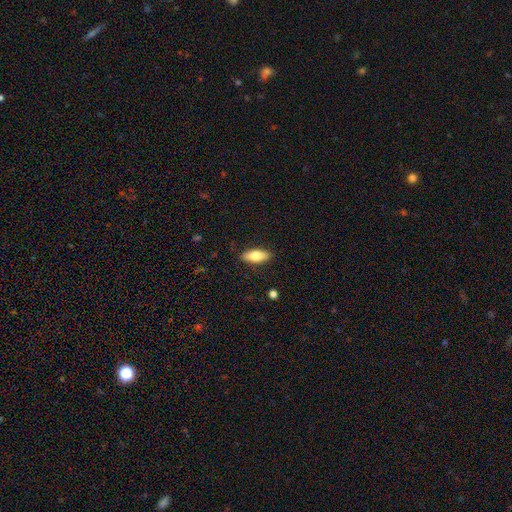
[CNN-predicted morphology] smooth 77%, featured or disk 17%, star or artifact 6%. Down the decision tree: how rounded — in between (80%); merging — none (88%).